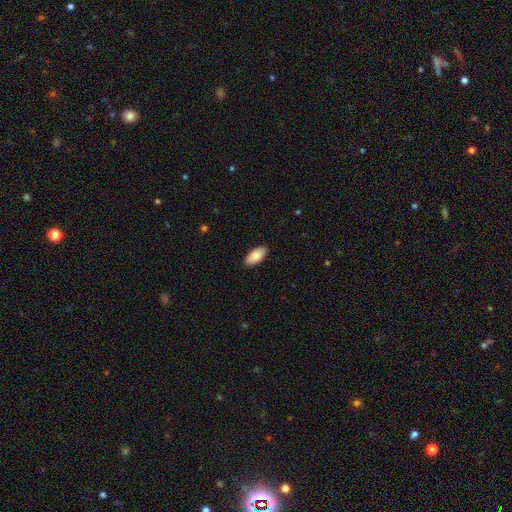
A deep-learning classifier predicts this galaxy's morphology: smooth 86%, featured or disk 8%, star or artifact 6%. Down the decision tree: how rounded — in between (92%); merging — none (90%).